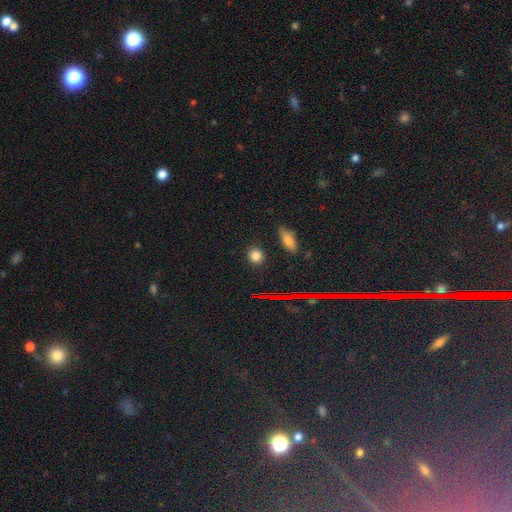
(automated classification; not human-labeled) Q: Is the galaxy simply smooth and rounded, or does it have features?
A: smooth — 80%.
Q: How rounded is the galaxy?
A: round — 77%.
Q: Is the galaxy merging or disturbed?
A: none — 89%.